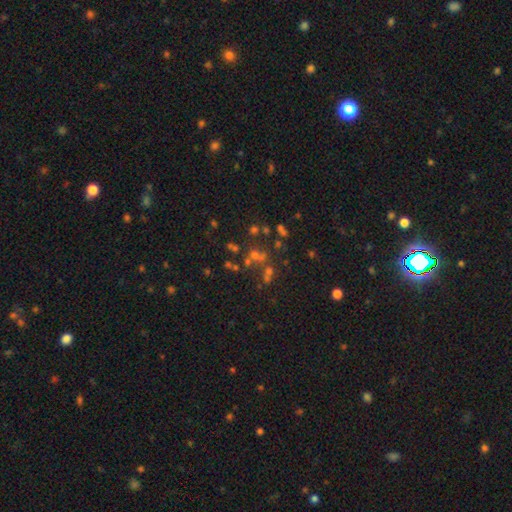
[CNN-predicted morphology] Smooth or featured? Predicted: star or artifact (p=0.47).